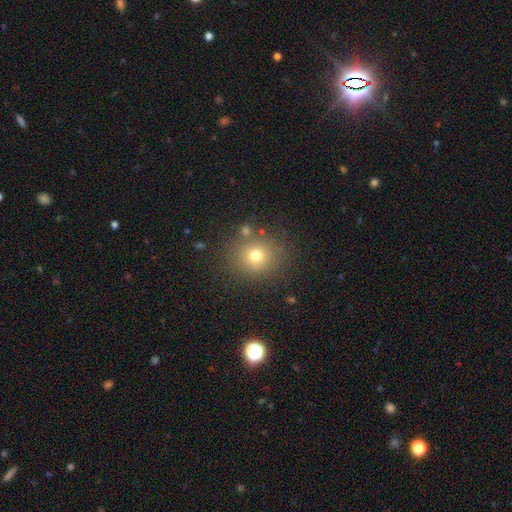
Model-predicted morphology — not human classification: Smooth or featured? Predicted: smooth (p=0.72). How rounded? Predicted: round (p=0.82). Merging? Predicted: none (p=0.79).